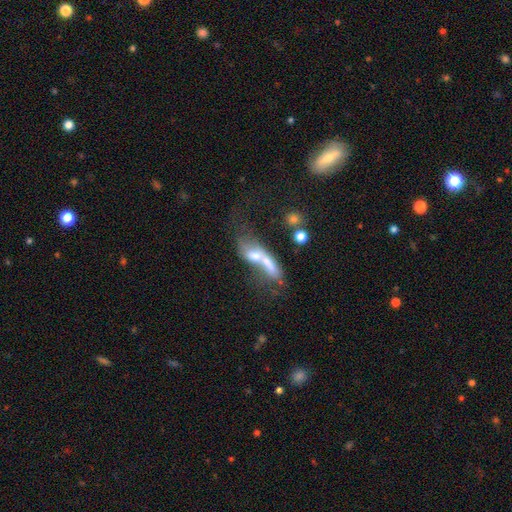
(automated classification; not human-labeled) Smooth or featured: smooth — 54% (featured or disk — 36%)
How rounded: in between — 55% (cigar-shaped — 36%)
Merging: merger — 64% (major disturbance — 15%)